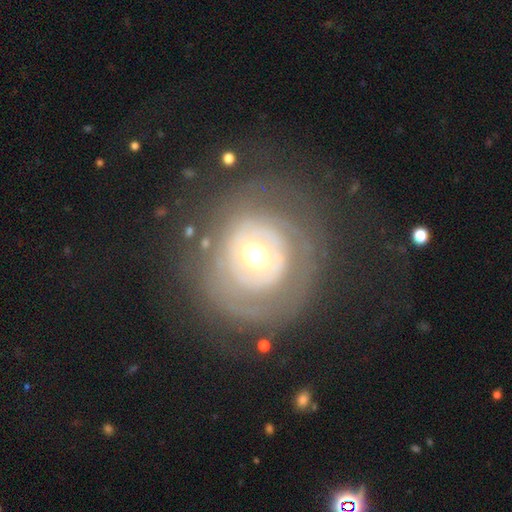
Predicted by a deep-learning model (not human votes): This appears to be a featured or disk galaxy (70%) with no bar (73%), spiral arms (51%) and a moderate central bulge (63%). Merging: none (69%).